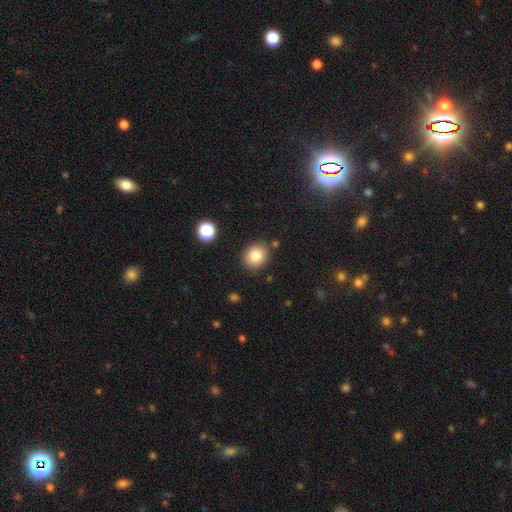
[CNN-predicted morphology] smooth_or_featured: smooth (p=0.82) [alt: star or artifact p=0.10]
how_rounded: round (p=0.72) [alt: in between p=0.27]
merging: none (p=0.85) [alt: minor disturbance p=0.09]